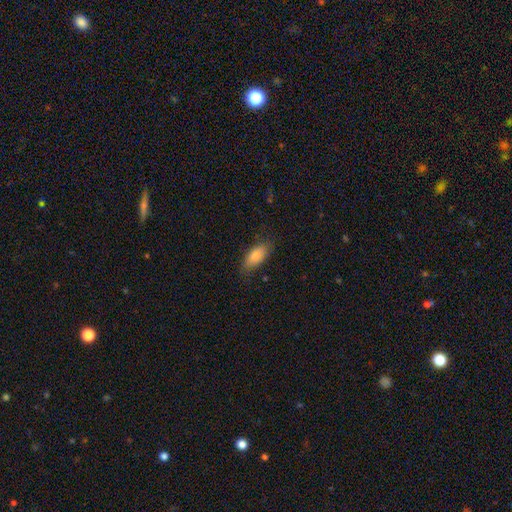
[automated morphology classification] smooth 84%, featured or disk 9%, star or artifact 7%. Down the decision tree: how rounded — in between (86%); merging — none (77%).